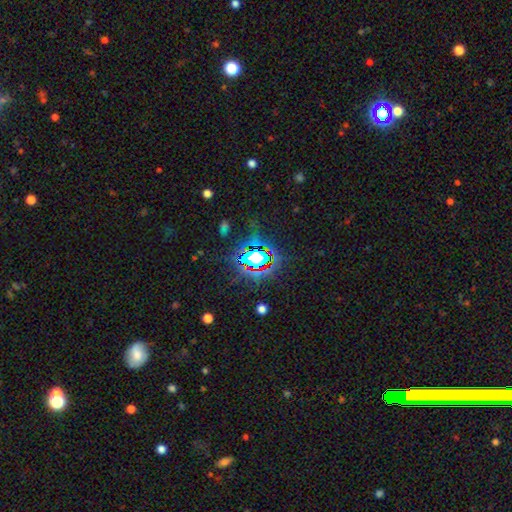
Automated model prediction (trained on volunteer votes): Q: Smooth or featured?
A: star or artifact (71%); runner-up: smooth (18%)